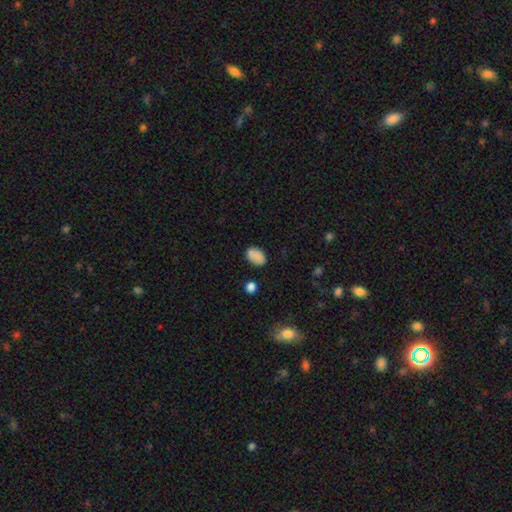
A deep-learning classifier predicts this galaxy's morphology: smooth-or-featured: smooth: 86% | star or artifact: 9% | featured or disk: 5%
  how-rounded: in between: 88% | round: 11% | cigar-shaped: 1%
  merging: none: 79% | minor disturbance: 14% | merger: 4% | major disturbance: 3%